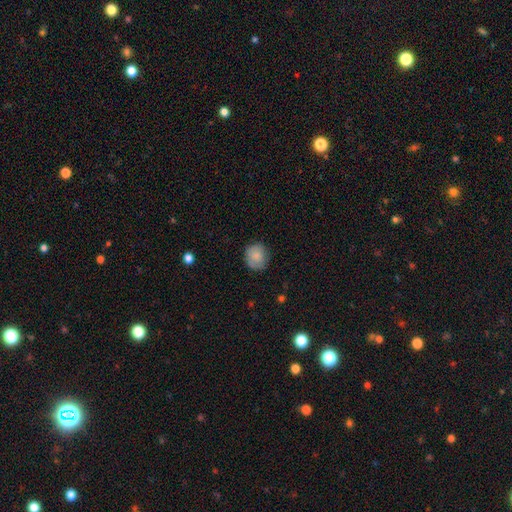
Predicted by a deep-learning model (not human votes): A smooth galaxy with no disk features (84%) that is round (82%).

Vote fractions:
- Smooth or featured? smooth: 84% / featured or disk: 8% / star or artifact: 8%
- How rounded? round: 82% / in between: 17% / cigar-shaped: 1%
- Merging? none: 79% / minor disturbance: 16% / major disturbance: 4% / merger: 1%